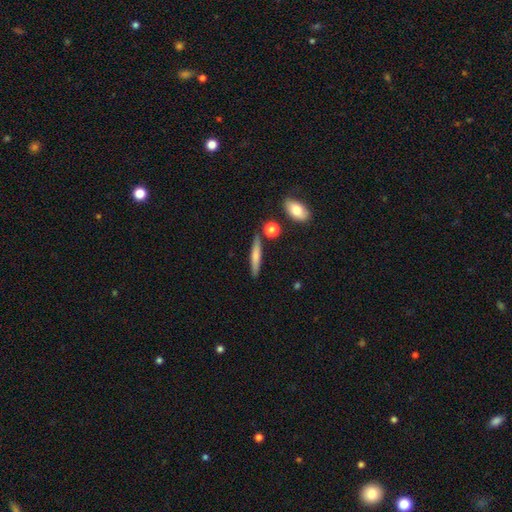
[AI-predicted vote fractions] A smooth galaxy with no disk features (66%) that is cigar-shaped (89%). Merging: none (83%).